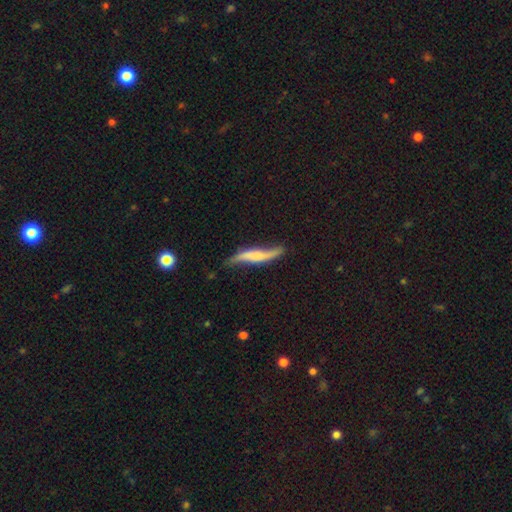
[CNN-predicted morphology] featured or disk 65%, smooth 29%, star or artifact 6%. Down the decision tree: edge-on disk — no (52%); merging — none (60%).